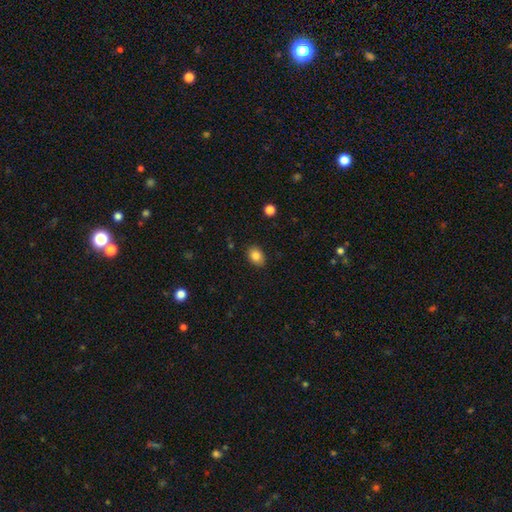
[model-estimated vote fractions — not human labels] Morphology: type=smooth (84%); roundness=in between (72%); merging=none (87%).